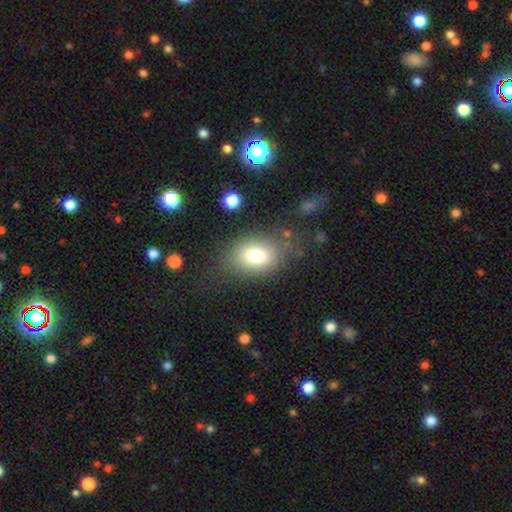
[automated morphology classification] This appears to be a smooth galaxy with no disk features (76%) that is in between round and cigar-shaped (77%). Merging: none (70%).